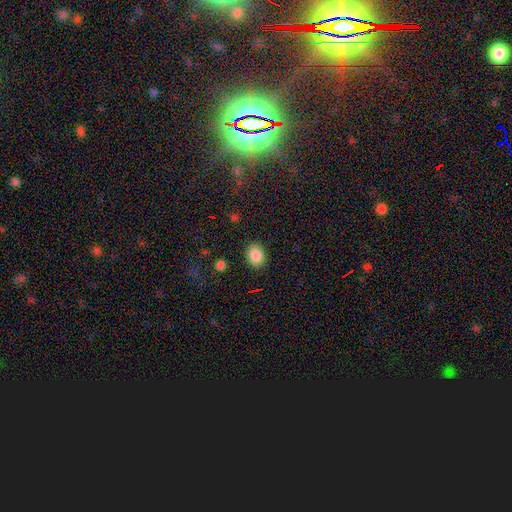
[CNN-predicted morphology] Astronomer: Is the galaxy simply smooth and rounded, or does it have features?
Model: smooth — 86%.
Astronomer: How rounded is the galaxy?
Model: in between — 62% (runner-up: round, 37%).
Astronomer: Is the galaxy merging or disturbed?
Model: none — 87%.